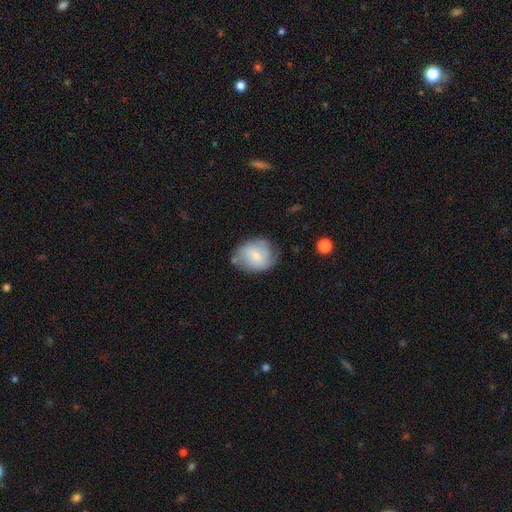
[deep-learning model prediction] Smooth or featured? Predicted: smooth (p=0.66). How rounded? Predicted: round (p=0.56). Merging? Predicted: none (p=0.57).